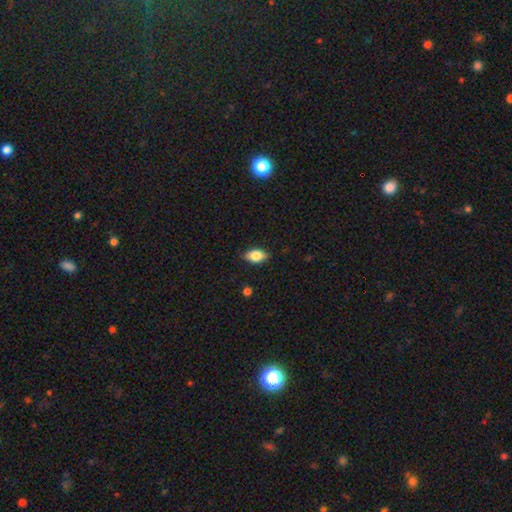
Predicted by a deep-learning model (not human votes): The model was most divided on "smooth or featured": smooth: 77%, featured or disk: 15%, star or artifact: 8%. More confident: how rounded — in between (88%); merging — none (85%).